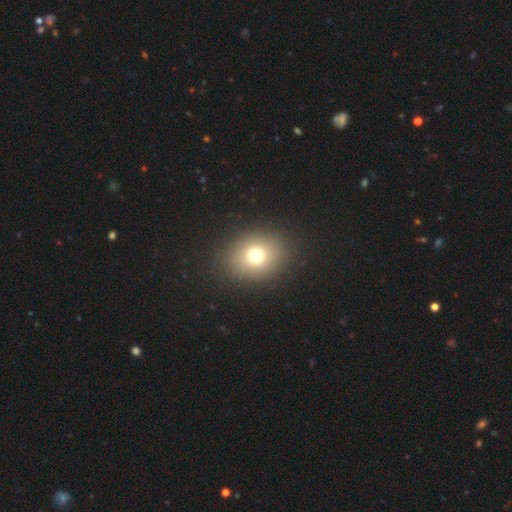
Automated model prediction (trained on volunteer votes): smooth-or-featured: smooth: 73% | star or artifact: 16% | featured or disk: 12%
  how-rounded: round: 59% | in between: 40% | cigar-shaped: 1%
  merging: none: 88% | minor disturbance: 7% | major disturbance: 4% | merger: 1%